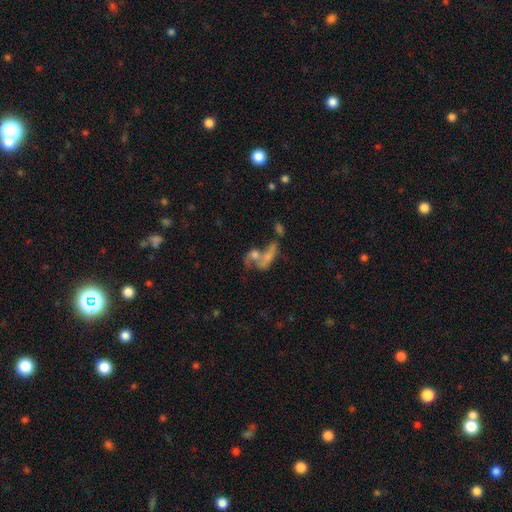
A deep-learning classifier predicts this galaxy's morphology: Overall: featured or disk (46%; smooth 39%). Merging: merger (57%).